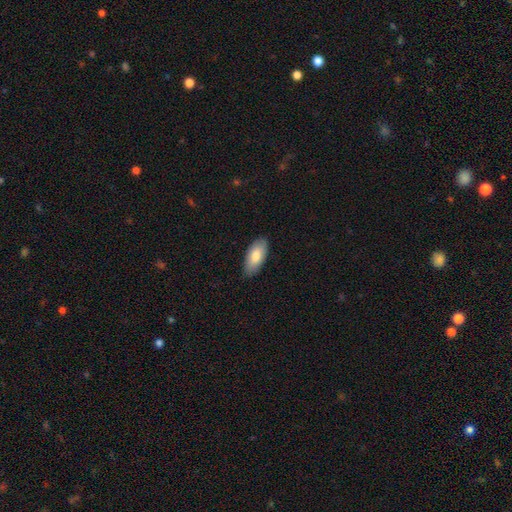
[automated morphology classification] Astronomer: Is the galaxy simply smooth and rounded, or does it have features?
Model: smooth — 80%.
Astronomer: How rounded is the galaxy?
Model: in between — 88%.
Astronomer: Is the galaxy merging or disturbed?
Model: none — 85%.